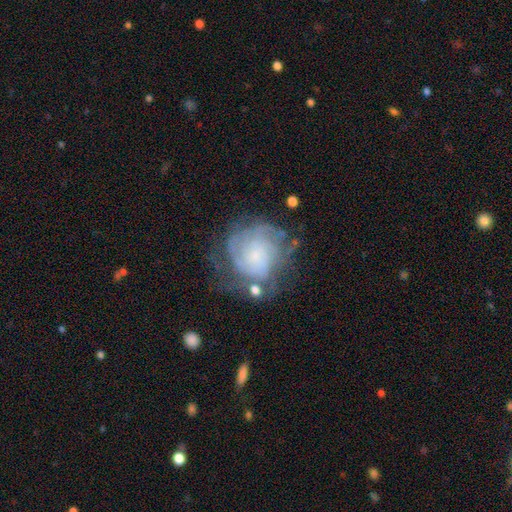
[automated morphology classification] featured or disk 72%, smooth 19%, star or artifact 9%. Down the decision tree: edge-on disk — no (98%); bar — no (76%); spiral arms — yes (89%); spiral arm count — can't tell (47%); spiral winding — tight (65%); bulge size — small (68%); merging — none (57%).